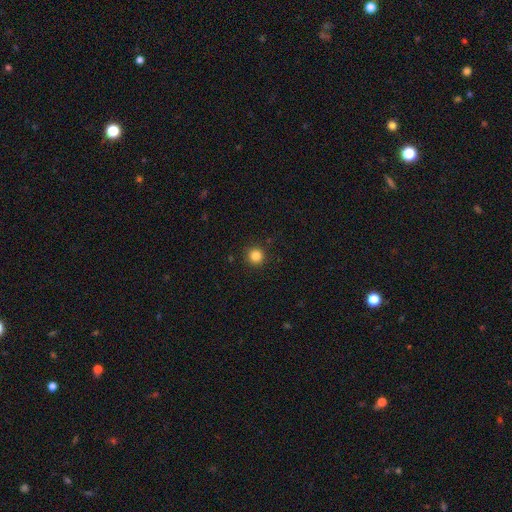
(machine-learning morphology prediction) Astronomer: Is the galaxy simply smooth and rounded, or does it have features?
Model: smooth — 83%.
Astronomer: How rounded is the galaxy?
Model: round — 95%.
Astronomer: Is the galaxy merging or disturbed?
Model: none — 92%.